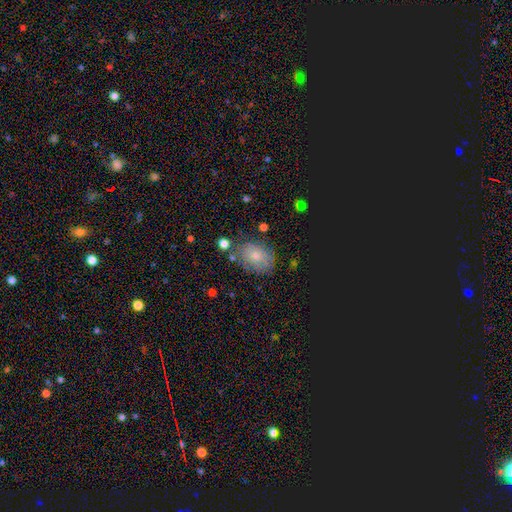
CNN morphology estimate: smooth-or-featured: smooth: 70% | featured or disk: 19% | star or artifact: 11%
  how-rounded: in between: 74% | round: 24% | cigar-shaped: 1%
  merging: none: 72% | minor disturbance: 19% | major disturbance: 5% | merger: 4%